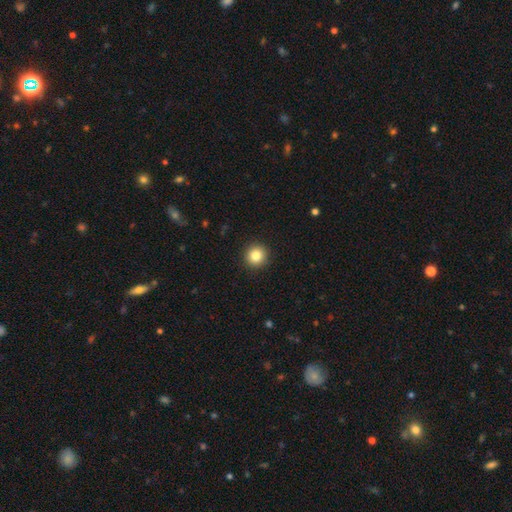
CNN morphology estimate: Smooth or featured: smooth — 84% (star or artifact — 10%)
How rounded: round — 94% (in between — 5%)
Merging: none — 92% (minor disturbance — 5%)